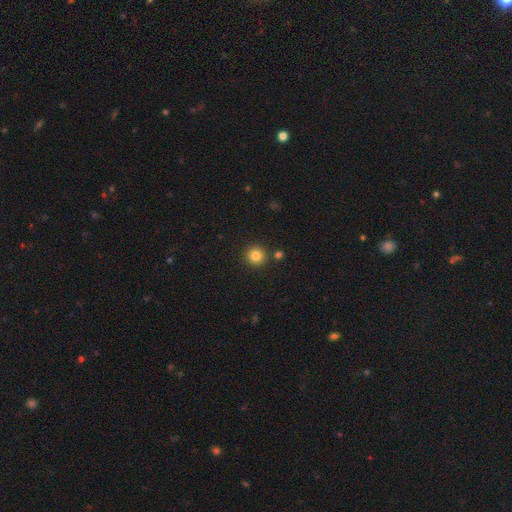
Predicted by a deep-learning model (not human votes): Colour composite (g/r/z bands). It shows a smooth galaxy with no disk features (83%) that is round (94%). Merging: none (87%).